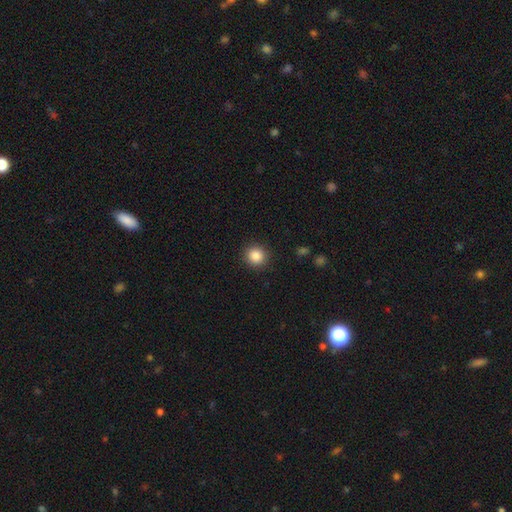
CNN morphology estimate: A smooth galaxy with no disk features (86%) that is round (91%). Merging: none (91%).